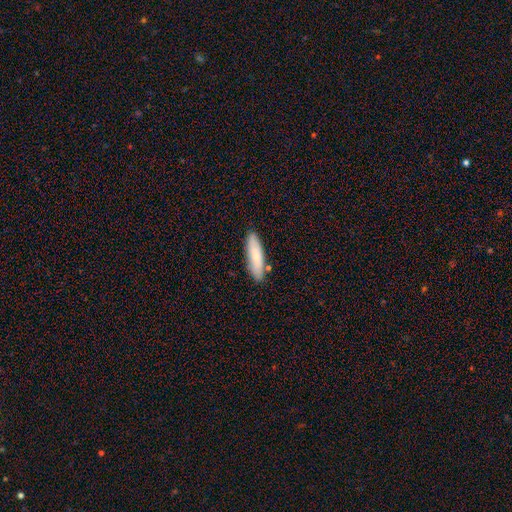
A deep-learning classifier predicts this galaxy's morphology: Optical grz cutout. It shows a smooth galaxy with no disk features (74%) that is cigar-shaped (66%). Merging: none (85%).